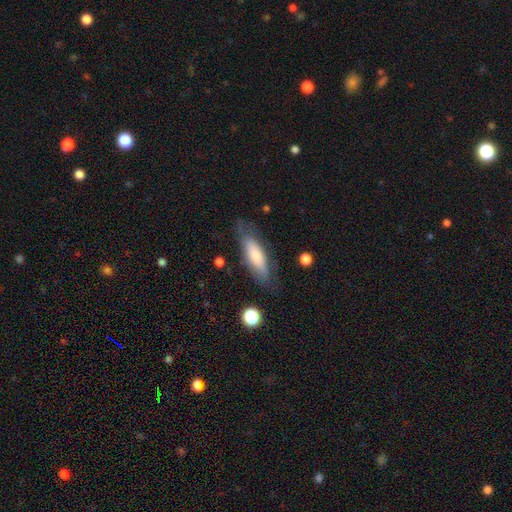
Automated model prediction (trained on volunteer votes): This is likely a smooth galaxy (68%). How rounded: possibly in between (55%). Merging: likely none (70%).